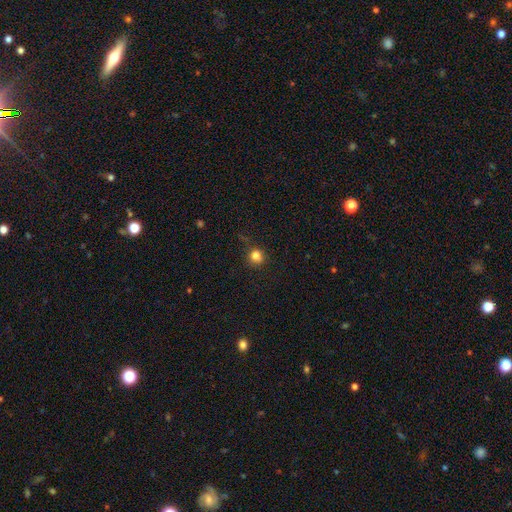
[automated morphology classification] Overall: smooth (80%). How rounded: round (86%). Merging: none (73%).